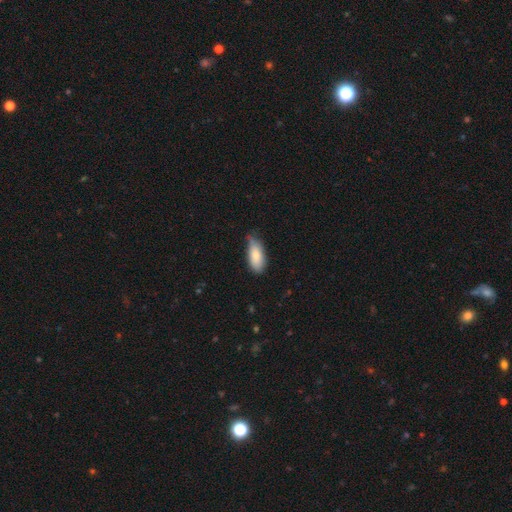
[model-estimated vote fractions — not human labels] This appears to be a smooth galaxy with no disk features (81%) that is in between round and cigar-shaped (86%). Merging: none (54%).